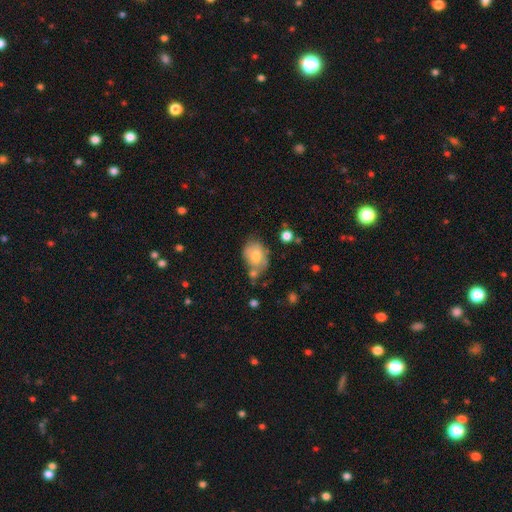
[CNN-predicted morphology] Smooth or featured?
  - smooth: 67% *
  - featured or disk: 25%
  - star or artifact: 8%
How rounded?
  - in between: 71% *
  - round: 27%
  - cigar-shaped: 1%
Merging?
  - none: 48% *
  - minor disturbance: 26%
  - merger: 17%
  - major disturbance: 9%